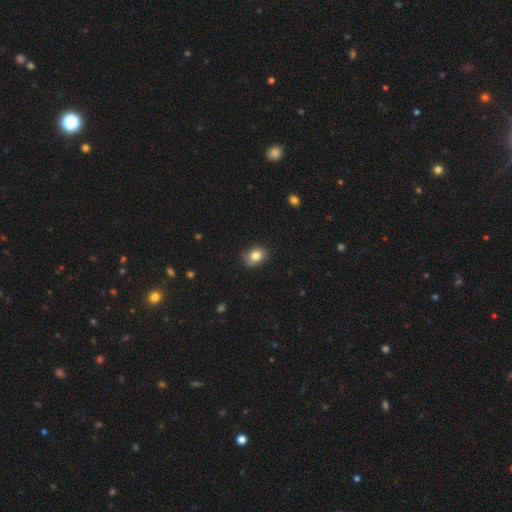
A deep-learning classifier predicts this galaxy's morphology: A smooth galaxy with no disk features (81%) that is in between round and cigar-shaped (50%). Merging: none (74%).